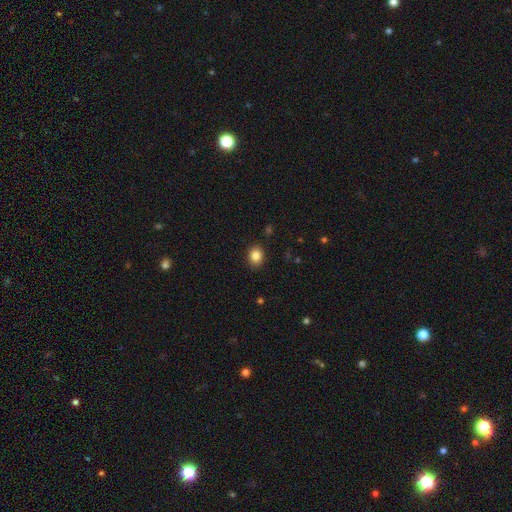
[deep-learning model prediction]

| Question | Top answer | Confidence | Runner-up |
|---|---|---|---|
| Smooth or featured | smooth | 86% | star or artifact (10%) |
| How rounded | round | 55% | in between (45%) |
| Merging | none | 89% | minor disturbance (8%) |